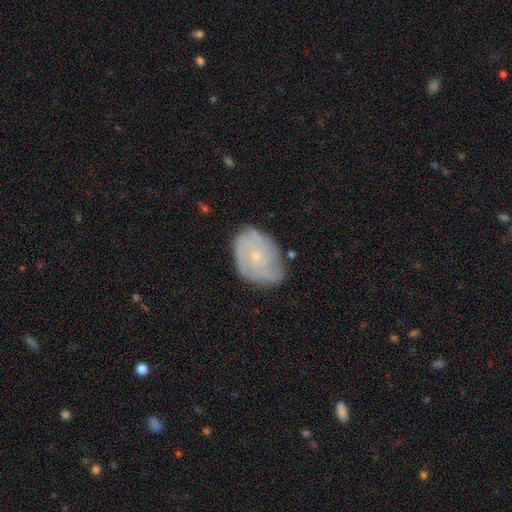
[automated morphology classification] Smooth or featured? featured or disk (65%)
Edge-on disk? no (97%)
Bar? no (81%)
Spiral arms? yes (85%)
Spiral winding? tight (60%)
Spiral arm count? can't tell (42%)
Bulge size? small (75%)
Merging? none (71%)